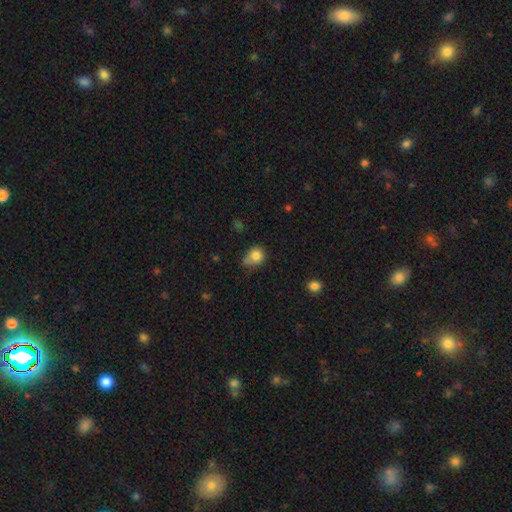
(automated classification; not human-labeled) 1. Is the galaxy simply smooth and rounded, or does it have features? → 82% smooth, 11% star or artifact, 7% featured or disk.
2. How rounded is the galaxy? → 76% round, 23% in between, 1% cigar-shaped.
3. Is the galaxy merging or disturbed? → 48% none, 33% minor disturbance, 10% major disturbance, 9% merger.